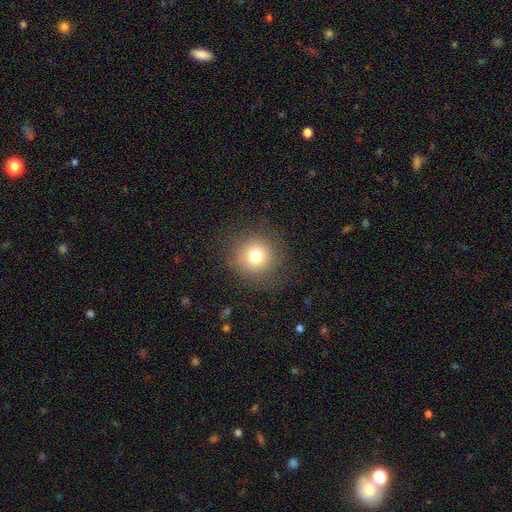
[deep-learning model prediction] Smooth or featured? smooth (75%)
How rounded? round (94%)
Merging? none (82%)